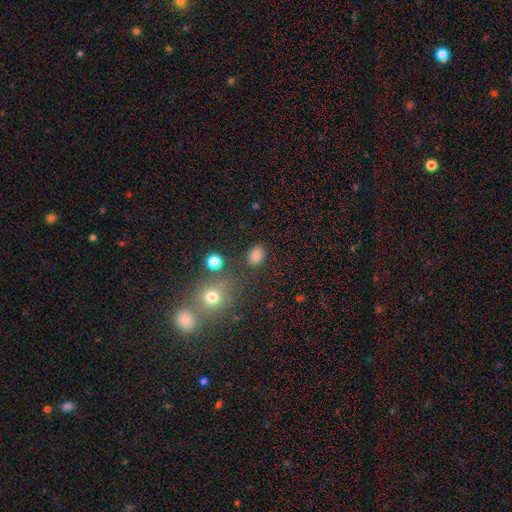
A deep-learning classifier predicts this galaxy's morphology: Q: Smooth or featured?
A: smooth (81%); runner-up: star or artifact (14%)
Q: How rounded?
A: in between (68%); runner-up: round (30%)
Q: Merging?
A: none (80%); runner-up: minor disturbance (11%)